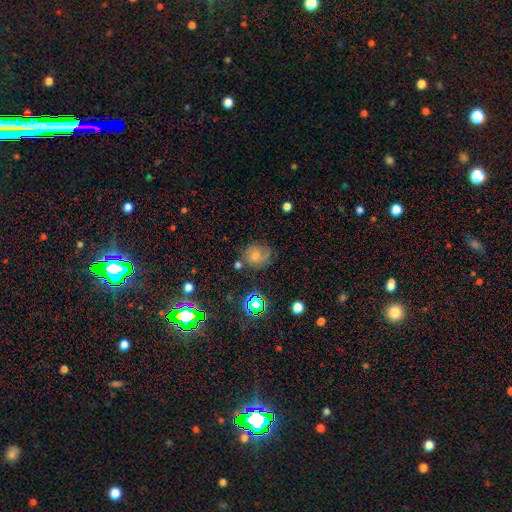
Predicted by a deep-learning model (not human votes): Smooth or featured?
  - smooth: 56% *
  - featured or disk: 25%
  - star or artifact: 20%
How rounded?
  - round: 76% *
  - in between: 23%
  - cigar-shaped: 1%
Merging?
  - none: 61% *
  - minor disturbance: 23%
  - major disturbance: 9%
  - merger: 7%